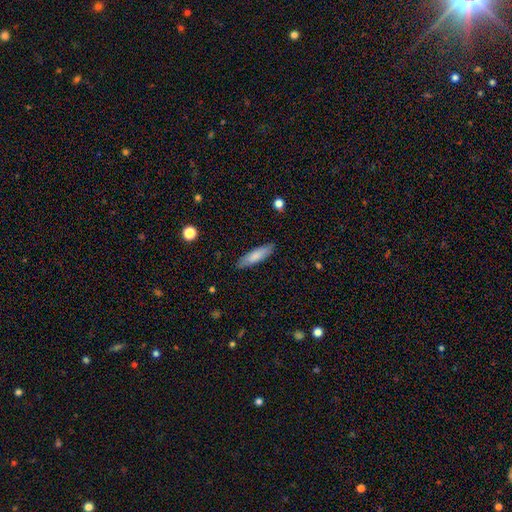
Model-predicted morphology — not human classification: type=smooth (80%); roundness=cigar-shaped (65%); merging=none (87%).